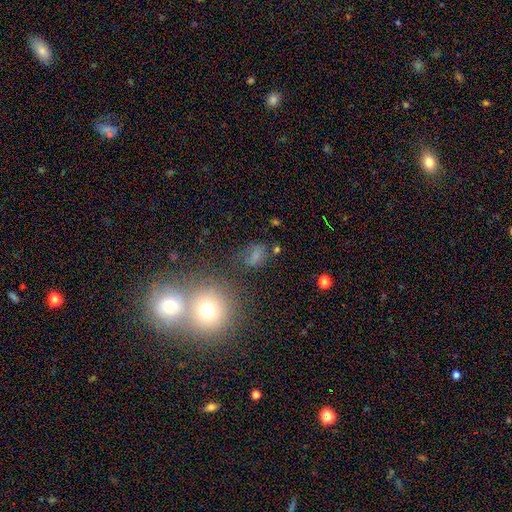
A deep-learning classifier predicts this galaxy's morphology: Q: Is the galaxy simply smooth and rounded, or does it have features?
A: smooth — 63%.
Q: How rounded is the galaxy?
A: in between — 66%.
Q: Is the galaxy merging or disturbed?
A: none — 60%.